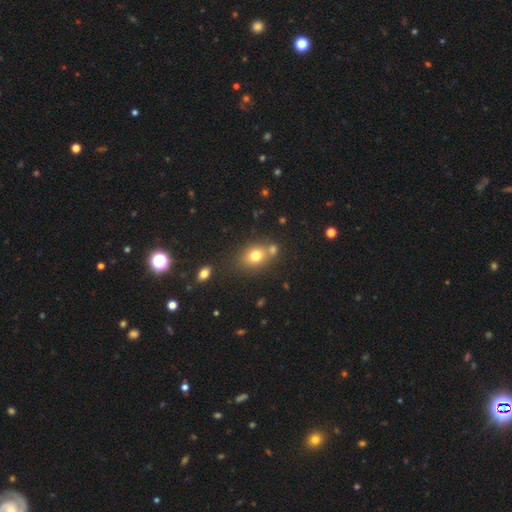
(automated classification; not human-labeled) smooth 76%, star or artifact 12%, featured or disk 12%. Down the decision tree: how rounded — in between (52%); merging — none (60%).